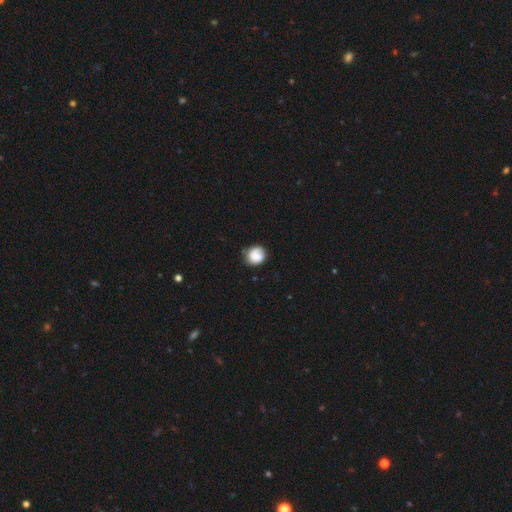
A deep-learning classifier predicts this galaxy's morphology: The model was most divided on "merging": none: 64%, minor disturbance: 25%, major disturbance: 8%, merger: 3%. More confident: how rounded — round (79%); smooth or featured — smooth (75%).